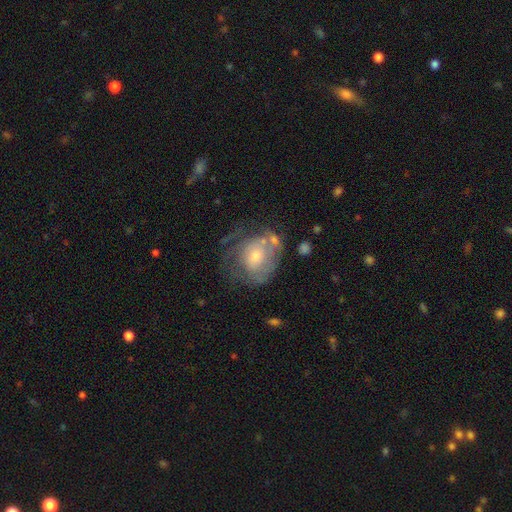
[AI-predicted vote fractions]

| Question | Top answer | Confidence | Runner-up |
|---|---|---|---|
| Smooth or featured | featured or disk | 59% | smooth (33%) |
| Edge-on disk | no | 96% | yes (4%) |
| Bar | no | 78% | weak (19%) |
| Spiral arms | yes | 60% | no (40%) |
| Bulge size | moderate | 54% | small (37%) |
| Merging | none | 47% | minor disturbance (24%) |